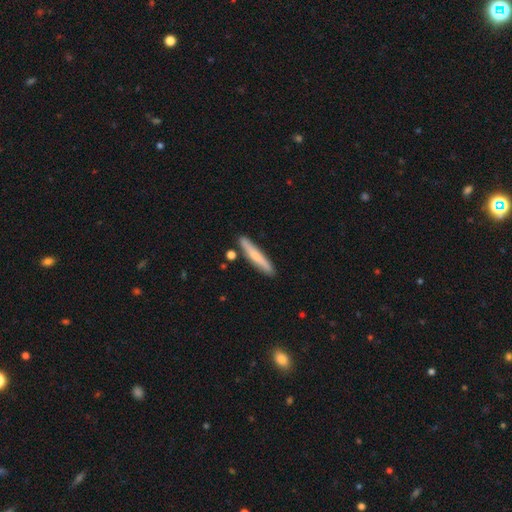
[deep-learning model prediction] smooth 65%, featured or disk 29%, star or artifact 6%. Down the decision tree: how rounded — cigar-shaped (94%); merging — none (85%).